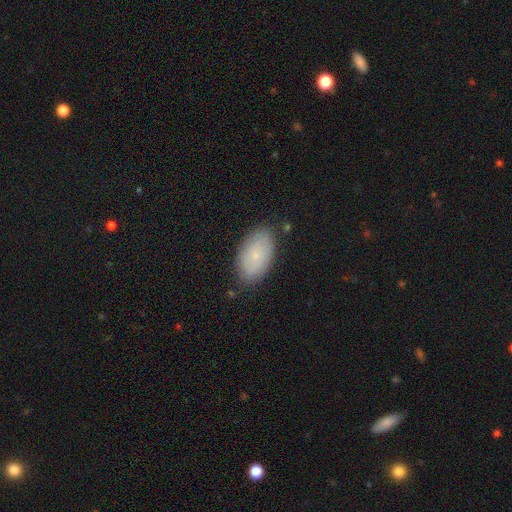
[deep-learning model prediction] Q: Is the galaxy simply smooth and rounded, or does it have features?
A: smooth — 73%.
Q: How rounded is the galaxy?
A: in between — 94%.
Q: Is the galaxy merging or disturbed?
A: none — 81%.